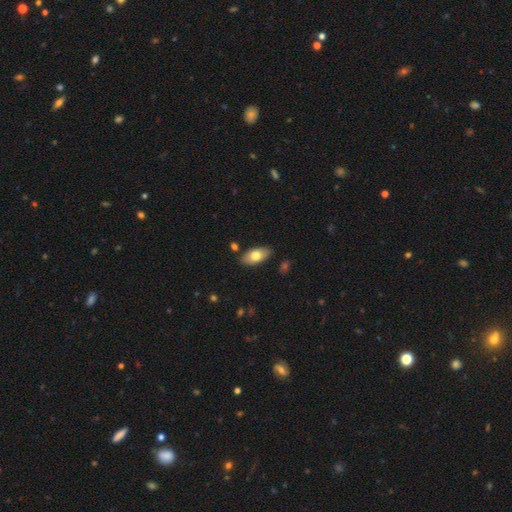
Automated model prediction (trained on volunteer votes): A smooth galaxy with no disk features (74%) that is in between round and cigar-shaped (92%). Merging: none (85%).